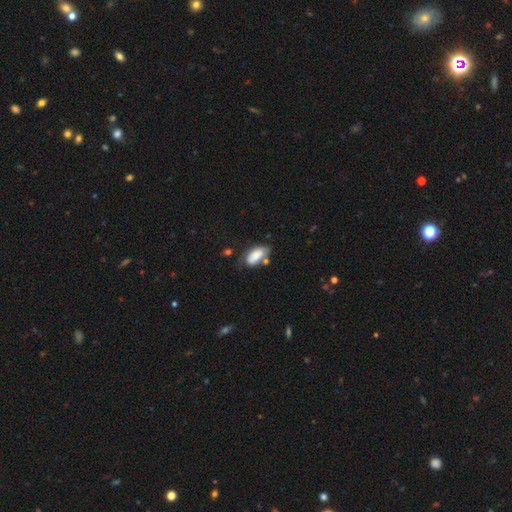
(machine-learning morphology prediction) Smooth or featured?
  - smooth: 78% *
  - featured or disk: 15%
  - star or artifact: 7%
How rounded?
  - in between: 91% *
  - cigar-shaped: 6%
  - round: 3%
Merging?
  - none: 50% *
  - minor disturbance: 27%
  - merger: 14%
  - major disturbance: 9%